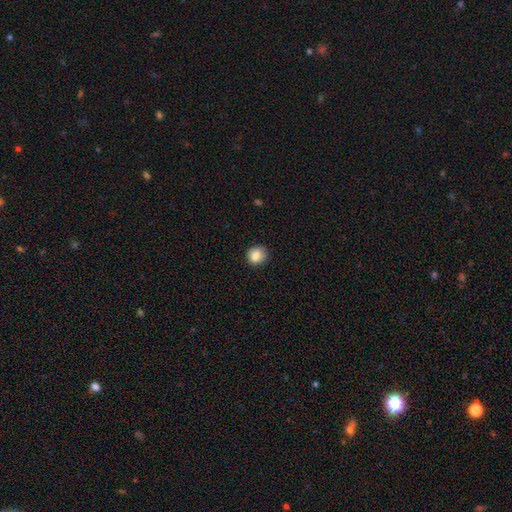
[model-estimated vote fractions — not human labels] Smooth or featured?
  - smooth: 85% *
  - star or artifact: 9%
  - featured or disk: 6%
How rounded?
  - round: 77% *
  - in between: 22%
  - cigar-shaped: 1%
Merging?
  - none: 80% *
  - minor disturbance: 16%
  - major disturbance: 3%
  - merger: 1%